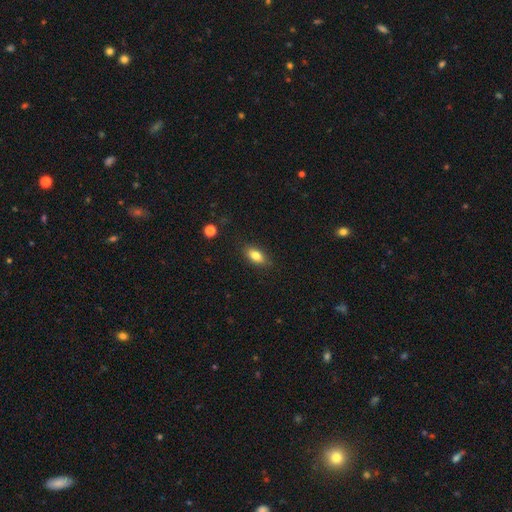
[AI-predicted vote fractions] smooth_or_featured: smooth (p=0.79) [alt: featured or disk p=0.13]
how_rounded: in between (p=0.84) [alt: cigar-shaped p=0.10]
merging: none (p=0.84) [alt: minor disturbance p=0.12]